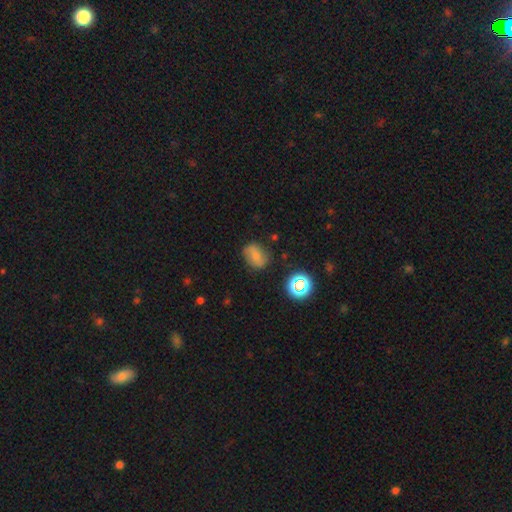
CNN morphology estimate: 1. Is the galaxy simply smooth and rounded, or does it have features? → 62% smooth, 23% featured or disk, 15% star or artifact.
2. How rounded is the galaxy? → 59% in between, 40% round, 2% cigar-shaped.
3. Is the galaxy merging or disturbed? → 68% none, 22% minor disturbance, 7% major disturbance, 3% merger.